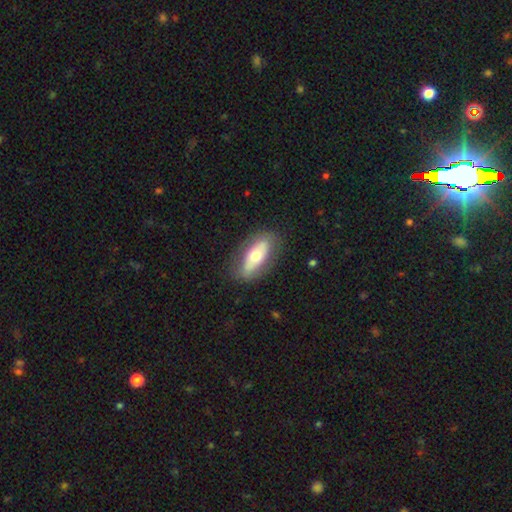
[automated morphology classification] Q: Smooth or featured?
A: smooth (53%); runner-up: featured or disk (41%)
Q: How rounded?
A: in between (80%); runner-up: cigar-shaped (16%)
Q: Merging?
A: none (80%); runner-up: minor disturbance (14%)